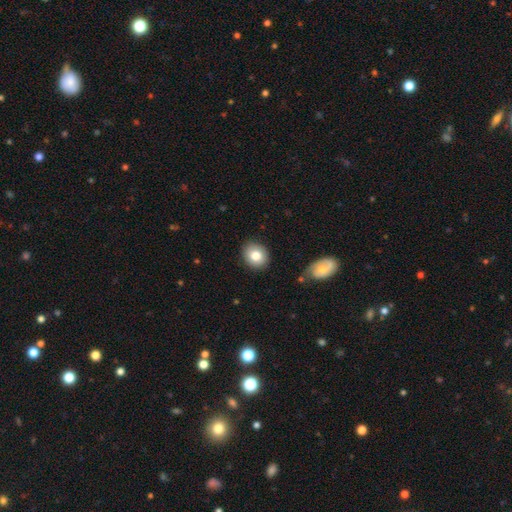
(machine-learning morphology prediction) The model was most divided on "how rounded": round: 70%, in between: 29%, cigar-shaped: 1%. More confident: merging — none (87%); smooth or featured — smooth (80%).